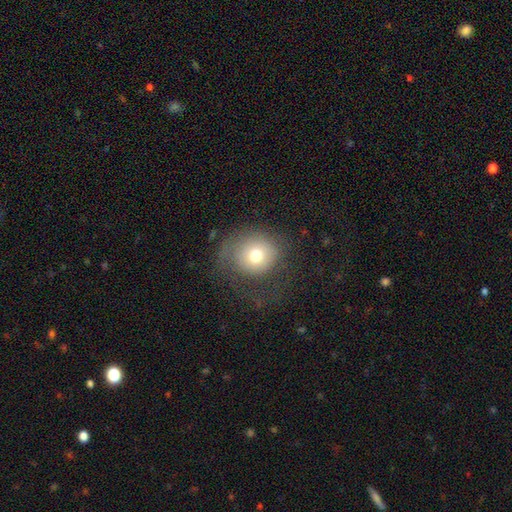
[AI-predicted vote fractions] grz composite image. It shows a smooth galaxy with no disk features (70%) that is round (80%). Merging: none (53%).